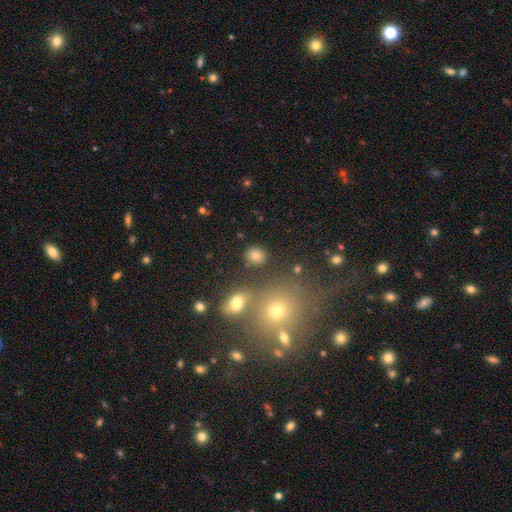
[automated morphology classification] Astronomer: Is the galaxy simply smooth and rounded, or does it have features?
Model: smooth — 80%.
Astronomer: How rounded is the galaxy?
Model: round — 73%.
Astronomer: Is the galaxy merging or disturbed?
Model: none — 82%.